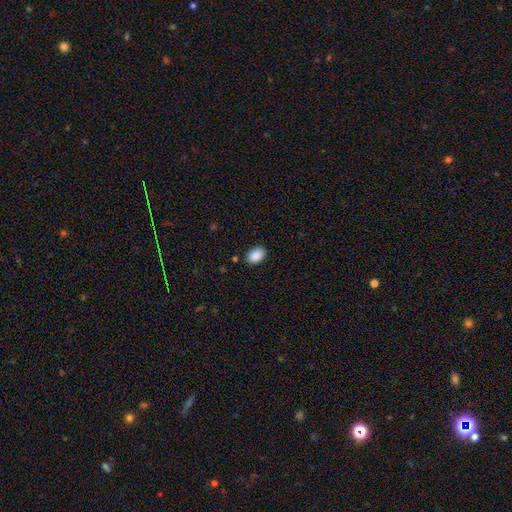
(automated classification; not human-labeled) Smooth or featured: smooth — 89% (star or artifact — 8%)
How rounded: in between — 79% (round — 20%)
Merging: none — 86% (minor disturbance — 10%)